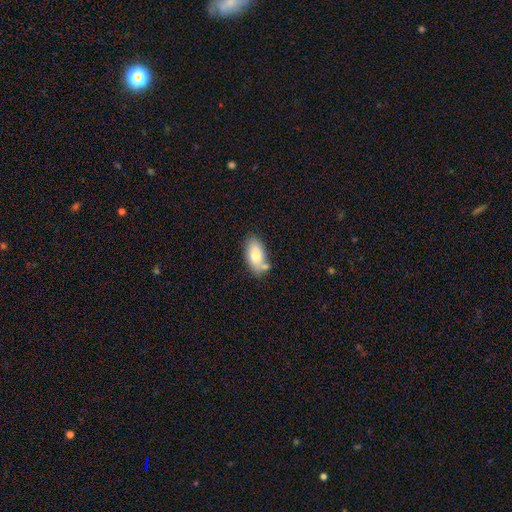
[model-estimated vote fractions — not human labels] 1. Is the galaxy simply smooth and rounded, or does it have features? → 75% smooth, 18% featured or disk, 7% star or artifact.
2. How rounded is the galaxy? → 93% in between, 4% round, 3% cigar-shaped.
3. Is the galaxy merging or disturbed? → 61% none, 20% minor disturbance, 14% merger, 5% major disturbance.